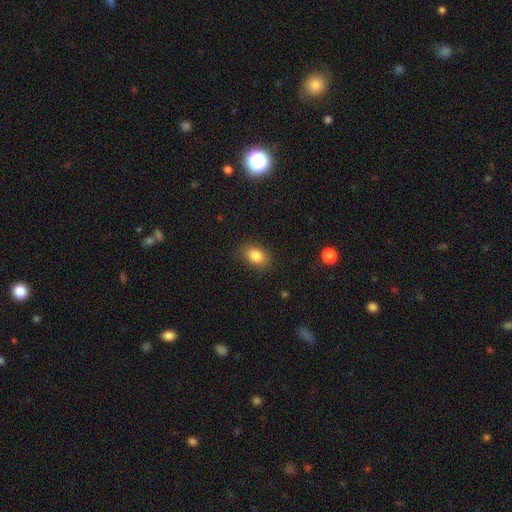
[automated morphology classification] A smooth galaxy with no disk features (85%) that is in between round and cigar-shaped (80%). Merging: none (84%).